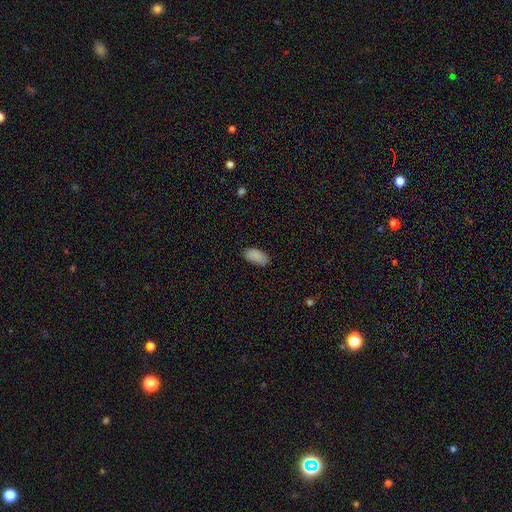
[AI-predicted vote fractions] Morphology: type=smooth (88%); roundness=in between (94%); merging=none (81%).